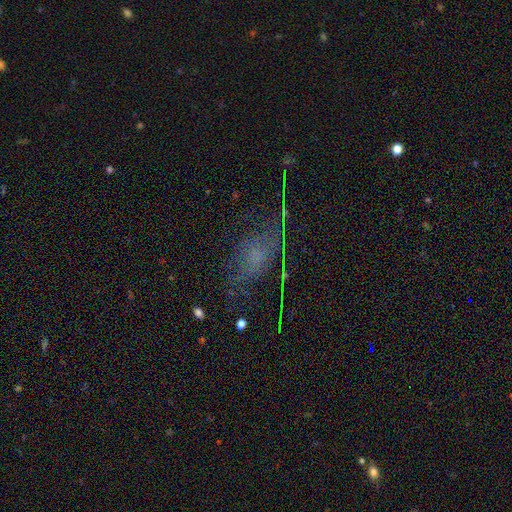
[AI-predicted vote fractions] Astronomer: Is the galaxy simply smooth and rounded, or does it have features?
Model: featured or disk — 38% (runner-up: smooth, 34%).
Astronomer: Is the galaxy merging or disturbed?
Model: none — 52%.